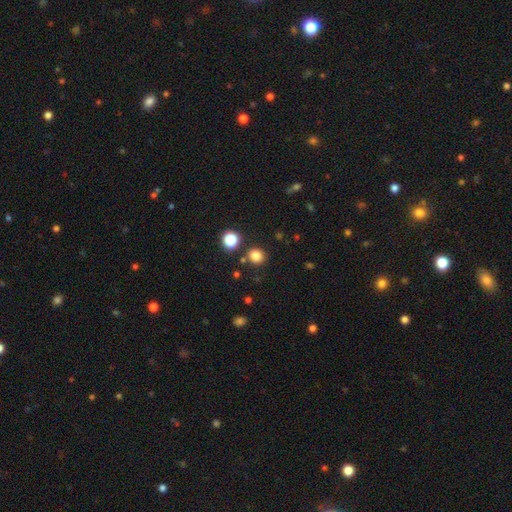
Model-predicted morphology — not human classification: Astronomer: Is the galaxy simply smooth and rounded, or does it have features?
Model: smooth — 82%.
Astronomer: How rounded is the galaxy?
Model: round — 88%.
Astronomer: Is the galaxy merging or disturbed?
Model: none — 84%.